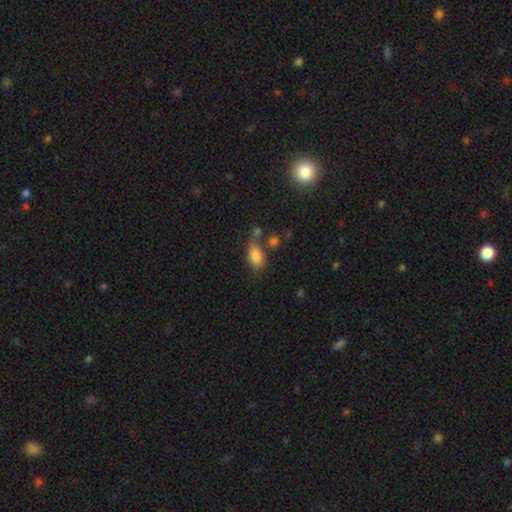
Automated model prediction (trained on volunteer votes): Overall: smooth (83%). How rounded: in between (87%). Merging: none (54%; minor disturbance 22%).